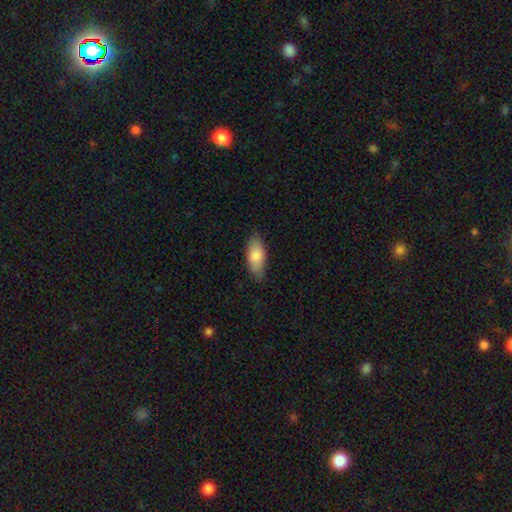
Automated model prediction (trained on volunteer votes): Smooth or featured? Predicted: smooth (p=0.83). How rounded? Predicted: in between (p=0.82). Merging? Predicted: none (p=0.83).